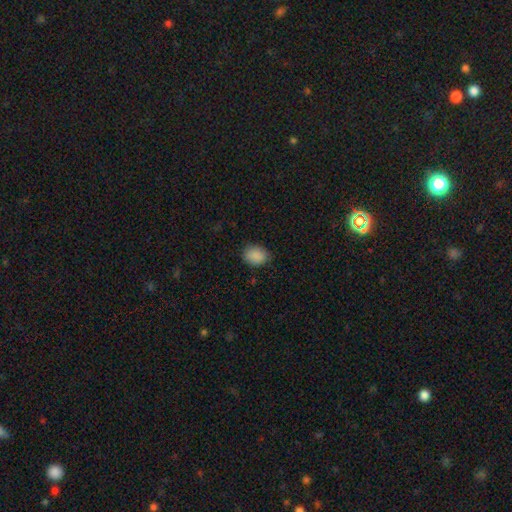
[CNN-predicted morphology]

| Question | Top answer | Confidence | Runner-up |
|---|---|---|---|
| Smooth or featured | smooth | 88% | star or artifact (8%) |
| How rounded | in between | 55% | round (44%) |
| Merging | none | 83% | minor disturbance (13%) |